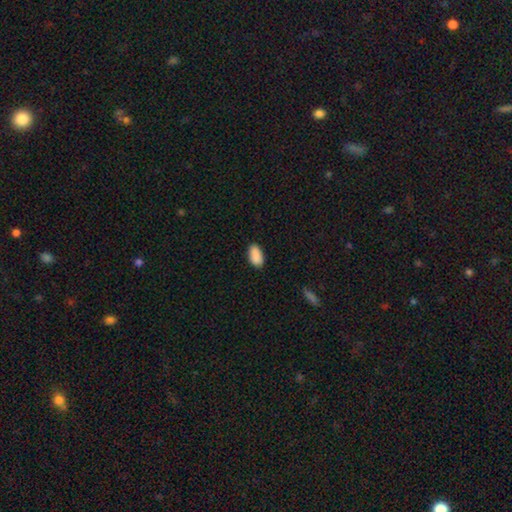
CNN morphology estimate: This appears to be a smooth galaxy with no disk features (90%) that is in between round and cigar-shaped (93%). Merging: none (87%).